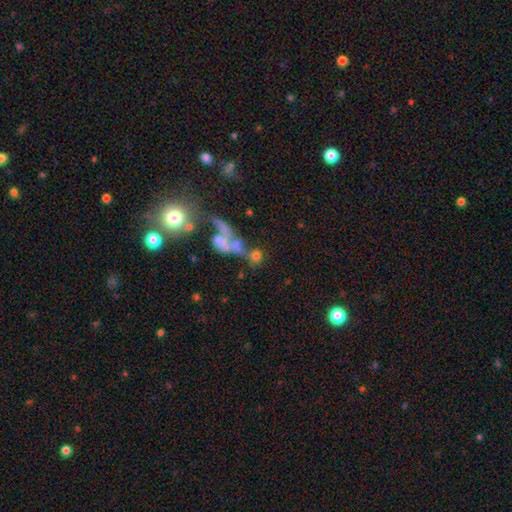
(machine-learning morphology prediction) smooth 63%, featured or disk 22%, star or artifact 15%. Down the decision tree: how rounded — round (72%); merging — merger (44%).